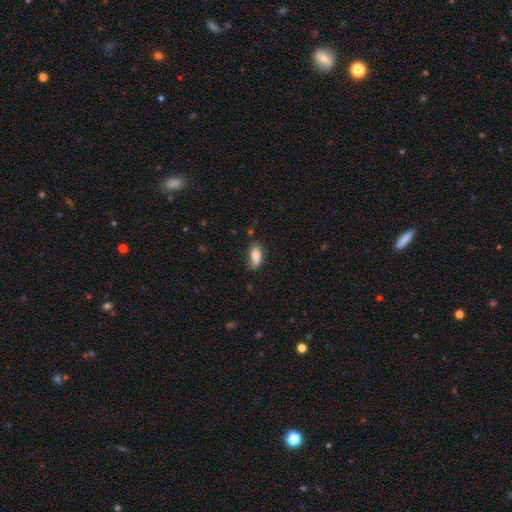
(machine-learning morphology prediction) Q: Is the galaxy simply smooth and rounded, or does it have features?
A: smooth — 75%.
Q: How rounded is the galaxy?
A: in between — 87%.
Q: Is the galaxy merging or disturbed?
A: none — 60%.